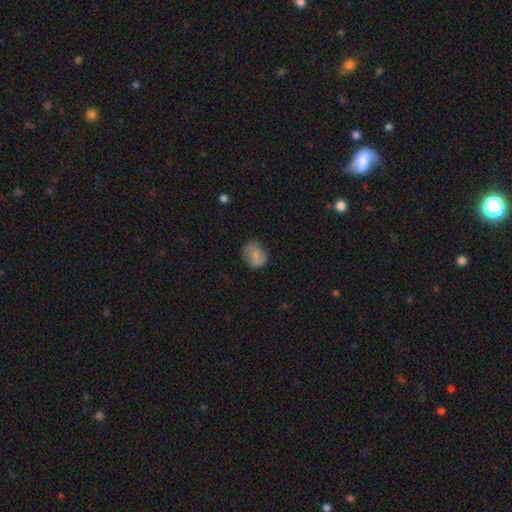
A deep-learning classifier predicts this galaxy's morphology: A smooth galaxy with no disk features (74%) that is round (55%). Merging: none (65%).